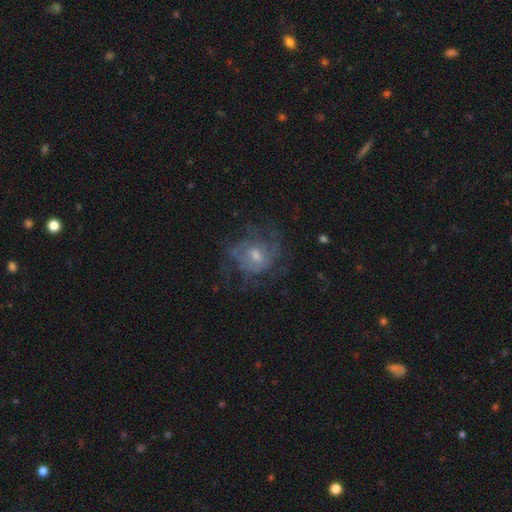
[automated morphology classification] smooth_or_featured: featured or disk (p=0.64) [alt: smooth p=0.23]
disk_edge_on: no (p=0.97) [alt: yes p=0.03]
bar: no (p=0.64) [alt: weak p=0.32]
has_spiral_arms: yes (p=0.67) [alt: no p=0.33]
bulge_size: moderate (p=0.52) [alt: small p=0.37]
merging: none (p=0.58) [alt: major disturbance p=0.21]